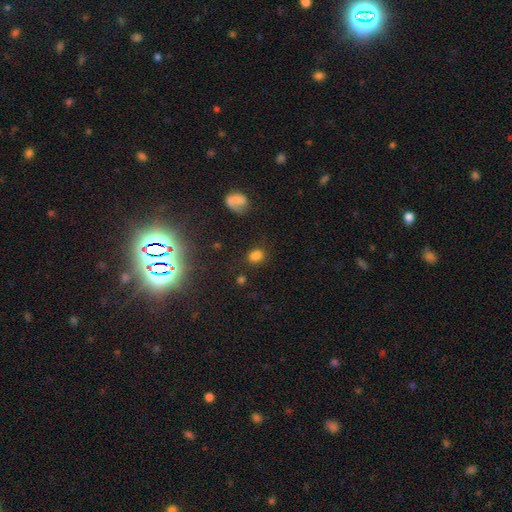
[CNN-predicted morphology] smooth 74%, star or artifact 18%, featured or disk 8%. Down the decision tree: how rounded — in between (60%); merging — none (68%).